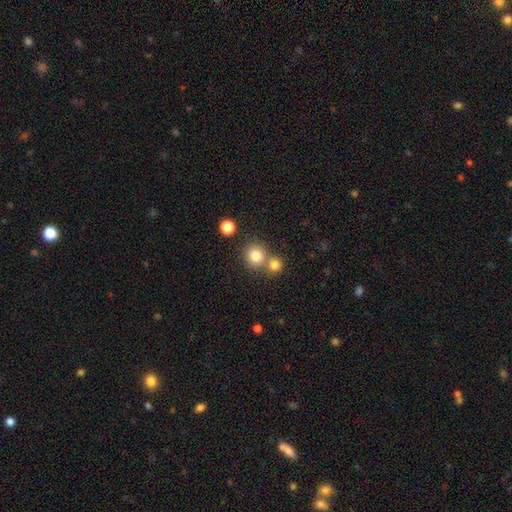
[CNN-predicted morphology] This is clearly a smooth galaxy (81%). How rounded: clearly round (89%). Merging: possibly none (59%).